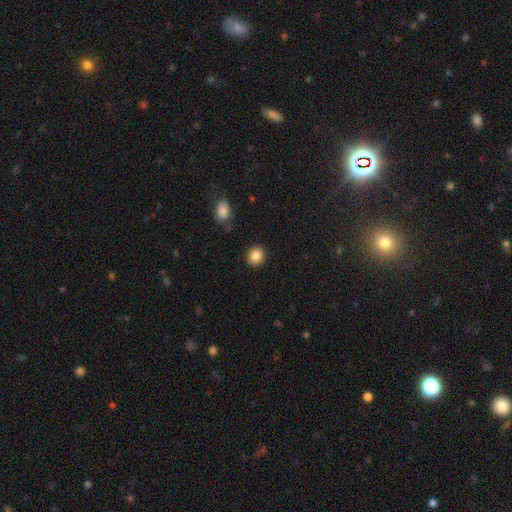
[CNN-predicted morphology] Smooth or featured: smooth — 86% (star or artifact — 9%)
How rounded: round — 85% (in between — 14%)
Merging: none — 90% (minor disturbance — 6%)